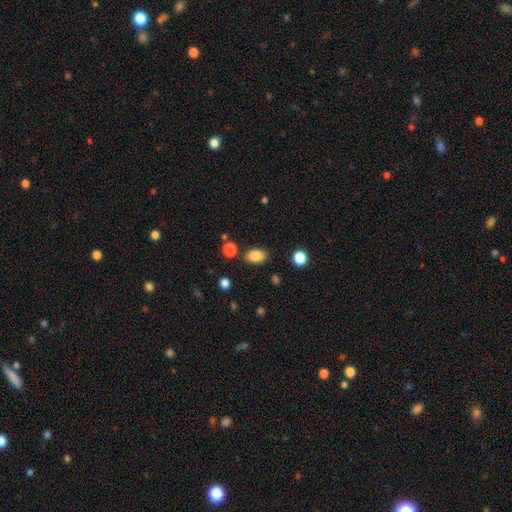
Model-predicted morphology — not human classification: smooth 85%, star or artifact 9%, featured or disk 5%. Down the decision tree: how rounded — in between (86%); merging — none (83%).